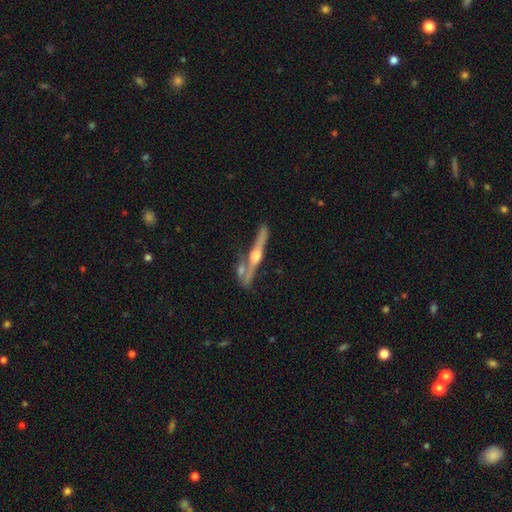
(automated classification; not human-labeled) smooth-or-featured: featured or disk: 81% | smooth: 13% | star or artifact: 6%
  disk-edge-on: yes: 95% | no: 5%
    edge-on-bulge: rounded: 91% | none: 5% | boxy: 4%
  merging: none: 61% | merger: 19% | minor disturbance: 15% | major disturbance: 6%